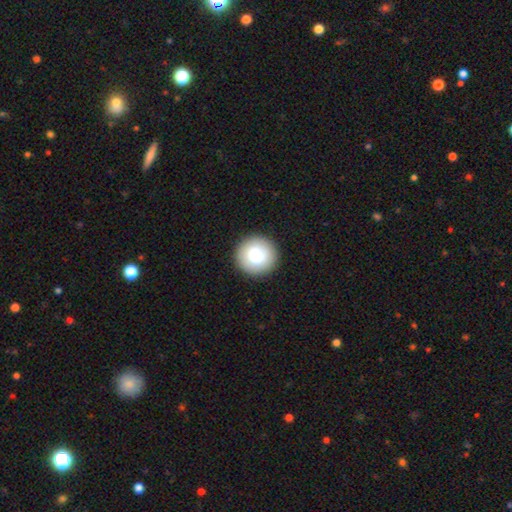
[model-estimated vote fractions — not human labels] Smooth or featured?
  - smooth: 81% *
  - featured or disk: 12%
  - star or artifact: 8%
How rounded?
  - round: 95% *
  - in between: 4%
  - cigar-shaped: 1%
Merging?
  - none: 92% *
  - minor disturbance: 5%
  - major disturbance: 2%
  - merger: 1%